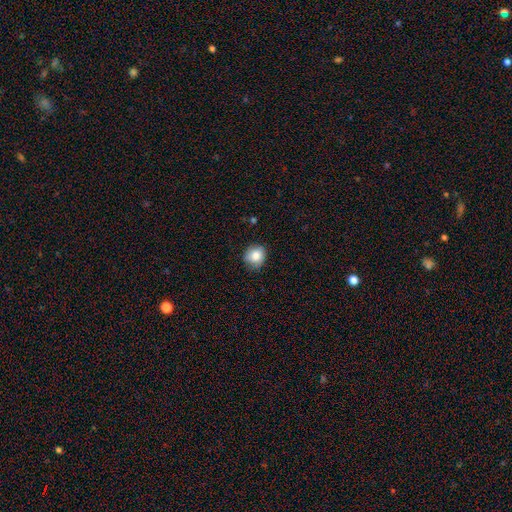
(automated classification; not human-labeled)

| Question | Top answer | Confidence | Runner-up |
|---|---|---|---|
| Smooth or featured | smooth | 83% | star or artifact (9%) |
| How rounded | round | 83% | in between (16%) |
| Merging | none | 81% | minor disturbance (15%) |